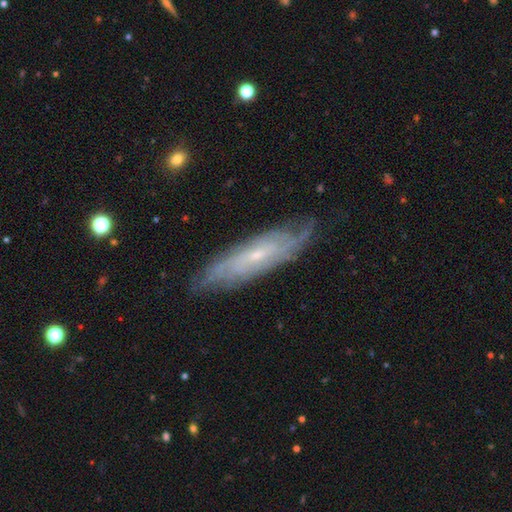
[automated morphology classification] A featured or disk galaxy (78%) with no bar (56%), tight (64%) spiral arms (92%) and a small central bulge (78%). Merging: none (77%).